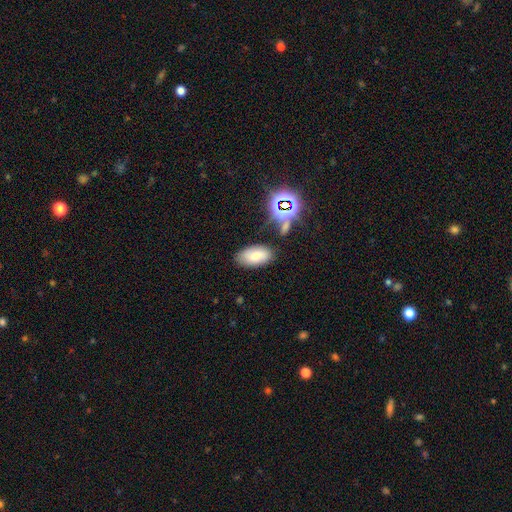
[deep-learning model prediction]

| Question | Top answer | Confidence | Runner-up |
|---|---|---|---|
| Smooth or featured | smooth | 73% | featured or disk (15%) |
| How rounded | in between | 94% | round (4%) |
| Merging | none | 78% | minor disturbance (14%) |